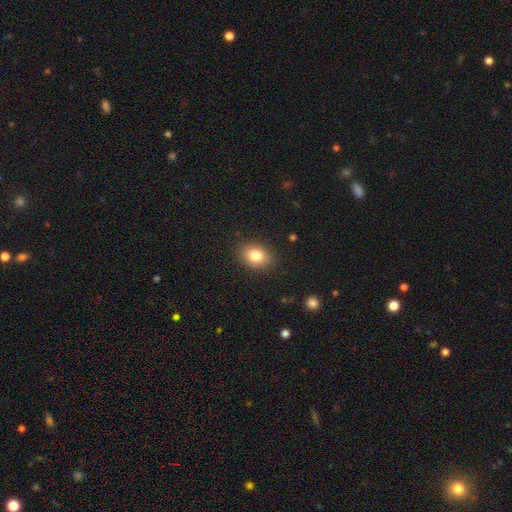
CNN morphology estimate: smooth_or_featured: smooth (p=0.82) [alt: star or artifact p=0.09]
how_rounded: in between (p=0.65) [alt: round p=0.34]
merging: none (p=0.86) [alt: minor disturbance p=0.10]